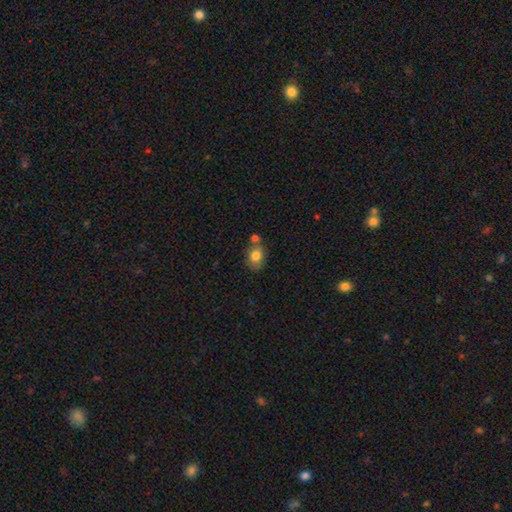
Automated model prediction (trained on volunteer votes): A smooth galaxy with no disk features (80%) that is in between round and cigar-shaped (57%).

Vote fractions:
- Smooth or featured? smooth: 80% / featured or disk: 11% / star or artifact: 9%
- How rounded? in between: 57% / round: 42% / cigar-shaped: 1%
- Merging? none: 59% / merger: 21% / minor disturbance: 16% / major disturbance: 5%